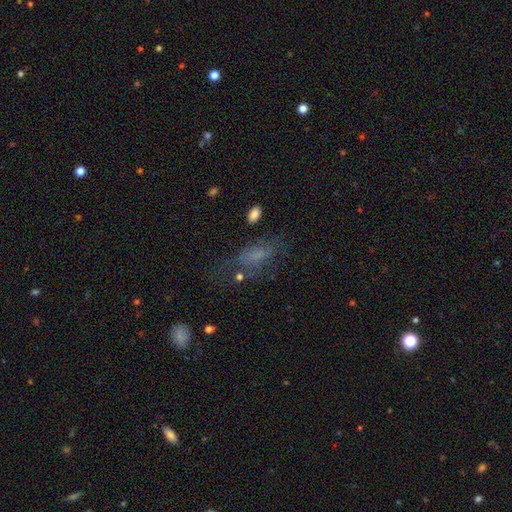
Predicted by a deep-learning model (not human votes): Overall: smooth (52%; featured or disk 30%). How rounded: in between (80%). Merging: none (44%; major disturbance 28%).